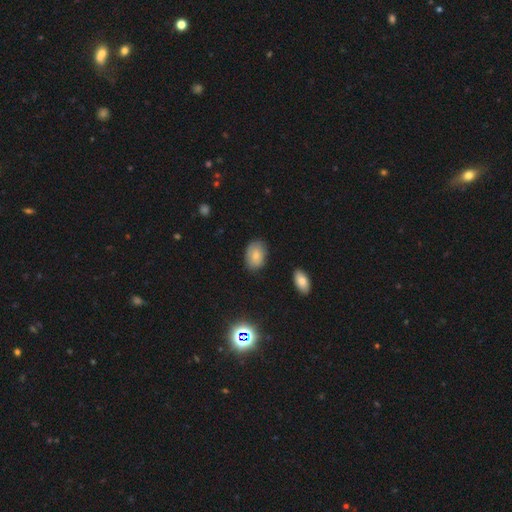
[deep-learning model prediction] Smooth or featured? Predicted: smooth (p=0.78). How rounded? Predicted: in between (p=0.84). Merging? Predicted: none (p=0.78).